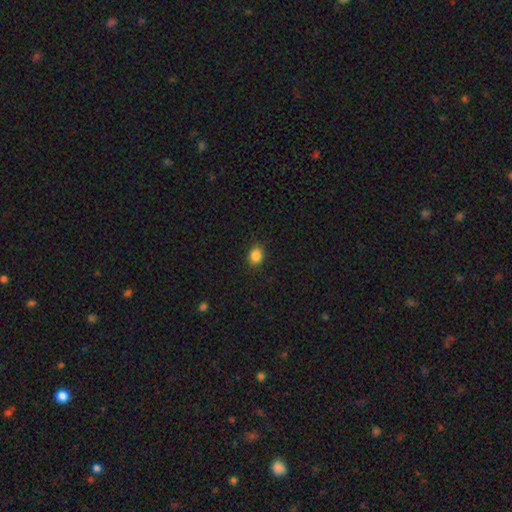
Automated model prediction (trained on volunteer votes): This is clearly a smooth galaxy (86%). How rounded: possibly round (56%). Merging: clearly none (86%).